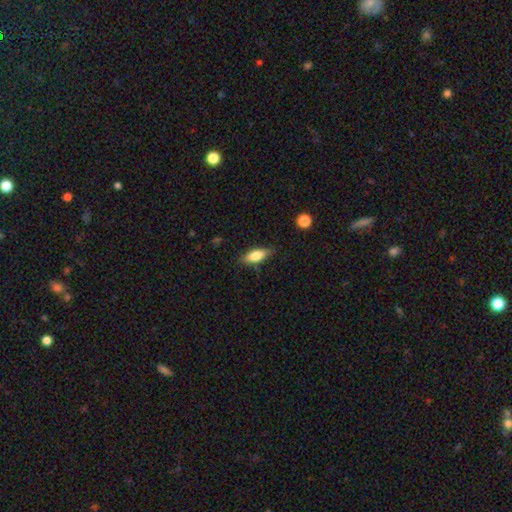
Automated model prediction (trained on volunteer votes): This appears to be a smooth galaxy with no disk features (75%) that is in between round and cigar-shaped (71%). Merging: none (82%).